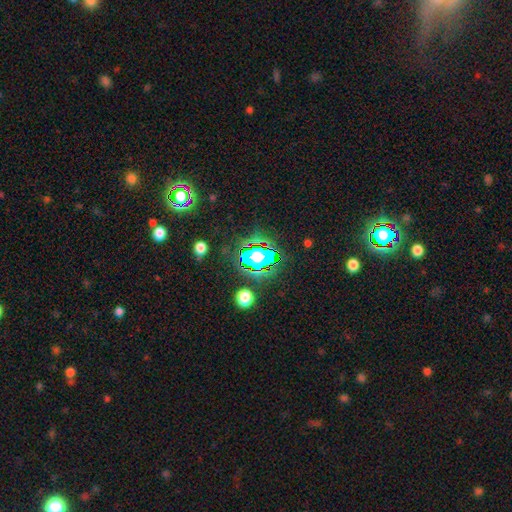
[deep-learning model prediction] Smooth or featured?
  - star or artifact: 55% *
  - smooth: 31%
  - featured or disk: 14%